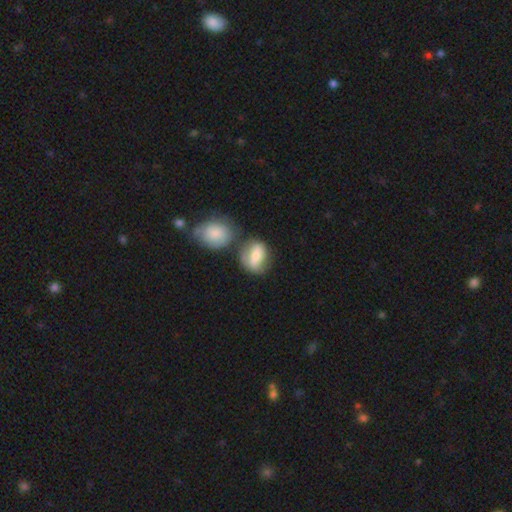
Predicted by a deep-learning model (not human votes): This appears to be a smooth galaxy with no disk features (63%) that is in between round and cigar-shaped (65%). Merging: none (45%).